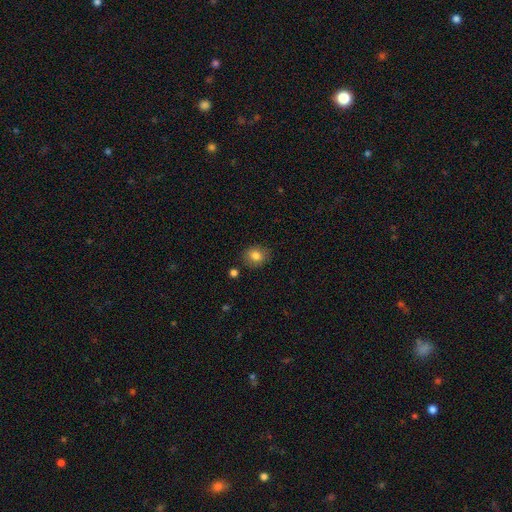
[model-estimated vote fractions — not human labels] The model was most divided on "how rounded": round: 69%, in between: 30%, cigar-shaped: 1%. More confident: merging — none (85%); smooth or featured — smooth (82%).